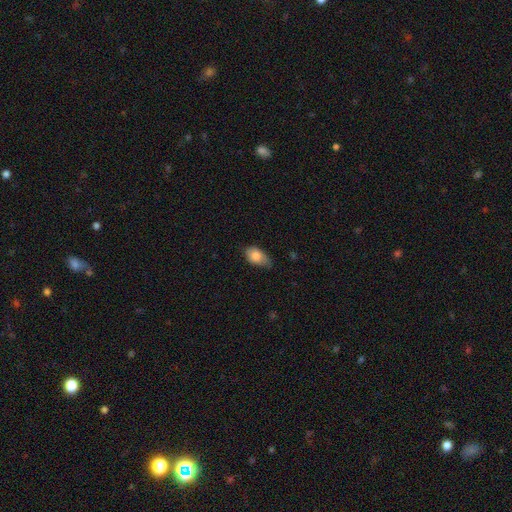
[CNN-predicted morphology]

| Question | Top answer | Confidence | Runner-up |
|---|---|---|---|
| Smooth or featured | smooth | 80% | featured or disk (13%) |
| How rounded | in between | 90% | round (8%) |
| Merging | none | 51% | minor disturbance (39%) |